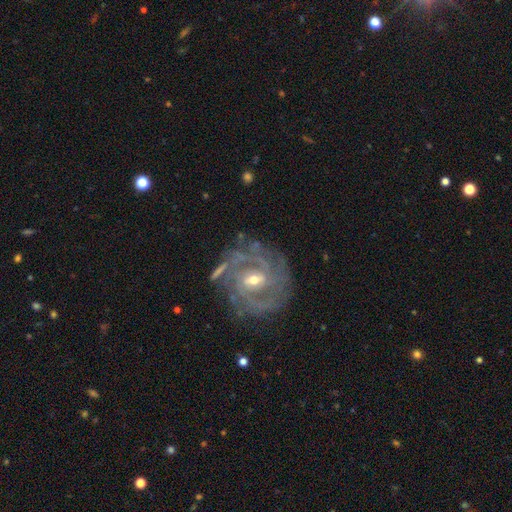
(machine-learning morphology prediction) Smooth or featured? featured or disk (88%)
Edge-on disk? no (97%)
Bar? weak (45%)
Spiral arms? yes (96%)
Spiral winding? tight (65%)
Spiral arm count? 3 (26%)
Bulge size? small (51%)
Merging? none (75%)